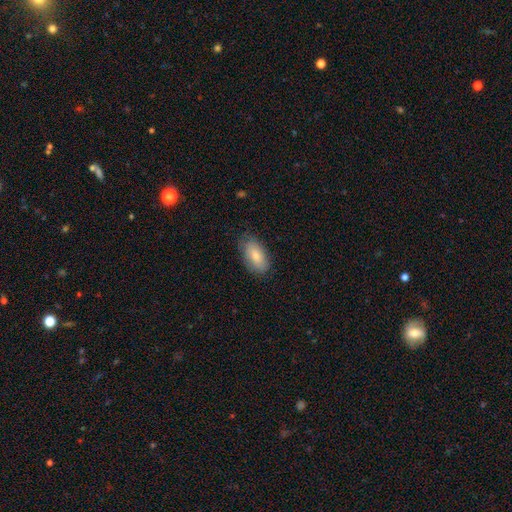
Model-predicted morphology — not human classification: A smooth galaxy with no disk features (81%) that is in between round and cigar-shaped (92%).

Vote fractions:
- Smooth or featured? smooth: 81% / featured or disk: 13% / star or artifact: 6%
- How rounded? in between: 92% / cigar-shaped: 5% / round: 3%
- Merging? none: 80% / minor disturbance: 16% / major disturbance: 3% / merger: 1%